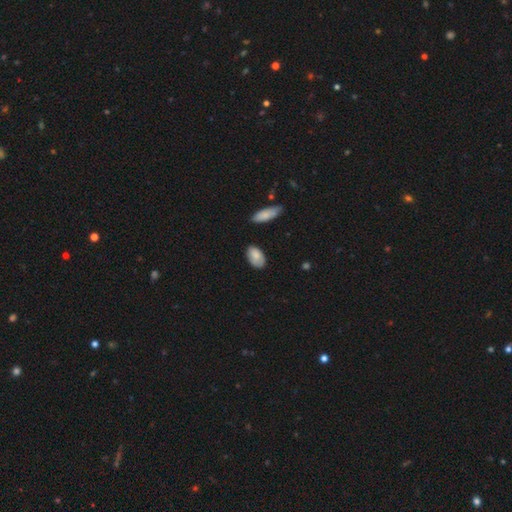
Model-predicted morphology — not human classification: This appears to be a smooth galaxy with no disk features (82%) that is in between round and cigar-shaped (94%). Merging: none (76%).